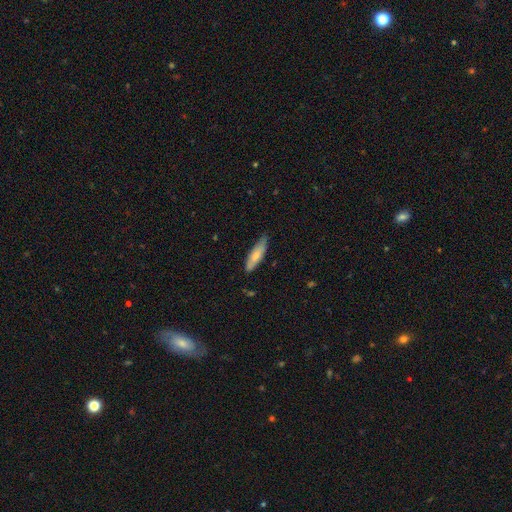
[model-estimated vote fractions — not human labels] The model was most divided on "how rounded": cigar-shaped: 63%, in between: 36%, round: 1%. More confident: smooth or featured — smooth (73%); merging — none (73%).